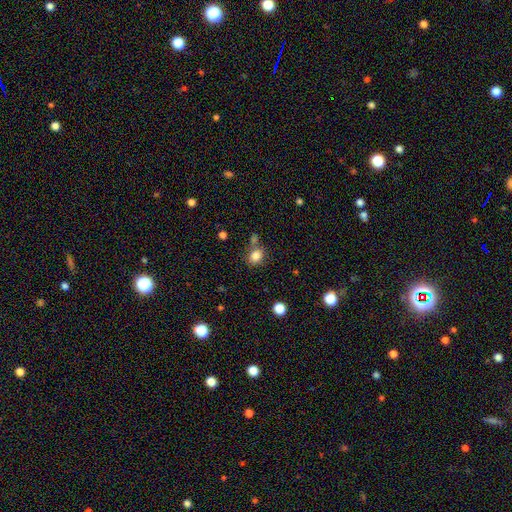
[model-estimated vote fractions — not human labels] Morphology: type=smooth (82%); roundness=round (58%); merging=none (63%).